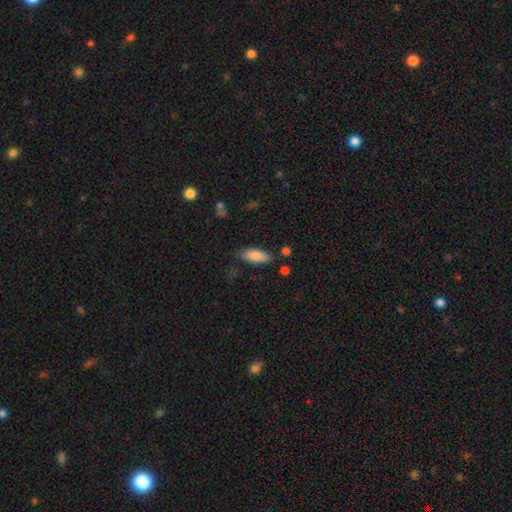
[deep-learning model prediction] A smooth galaxy with no disk features (84%) that is in between round and cigar-shaped (76%). Merging: none (78%).